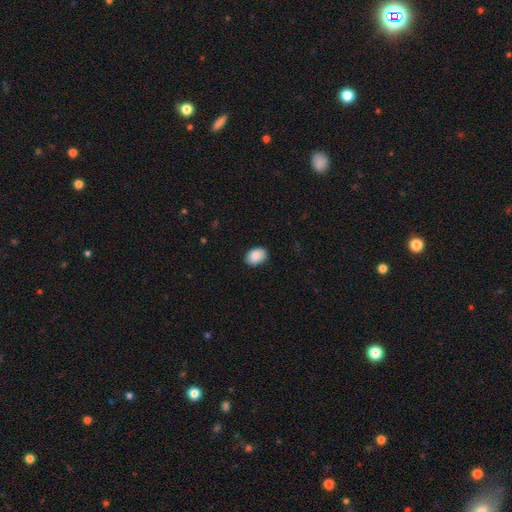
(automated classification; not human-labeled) This is clearly a smooth galaxy (89%). How rounded: likely in between (79%). Merging: clearly none (84%).